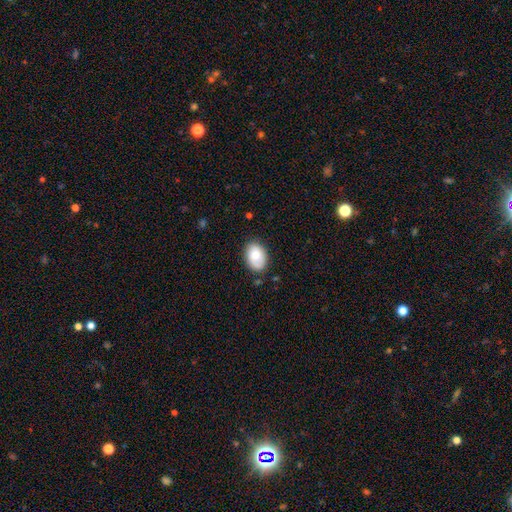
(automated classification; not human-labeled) This appears to be a smooth galaxy with no disk features (77%) that is in between round and cigar-shaped (83%). Merging: none (77%).